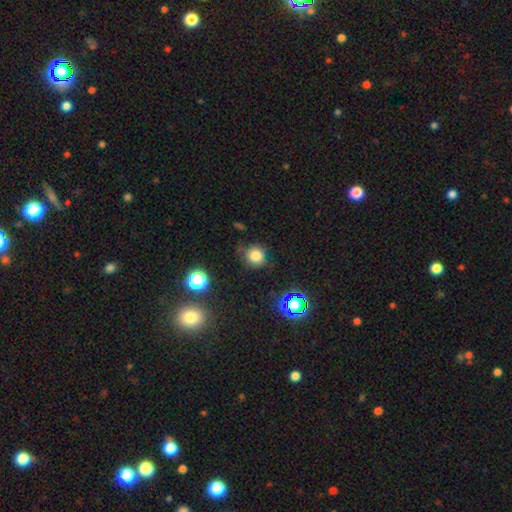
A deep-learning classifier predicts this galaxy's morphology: Overall: smooth (77%). How rounded: round (88%). Merging: none (76%).